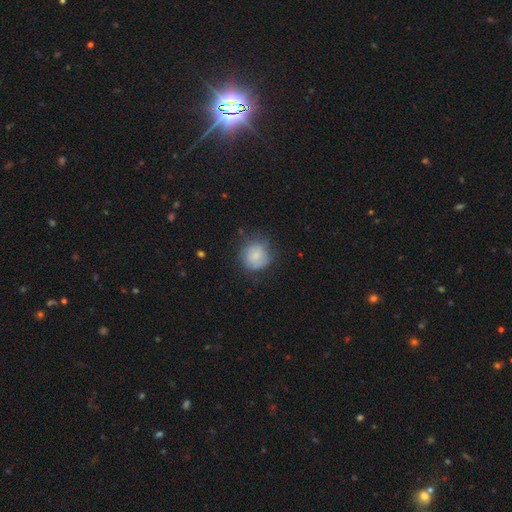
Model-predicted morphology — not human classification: smooth 72%, featured or disk 20%, star or artifact 8%. Down the decision tree: how rounded — round (87%); merging — none (63%).